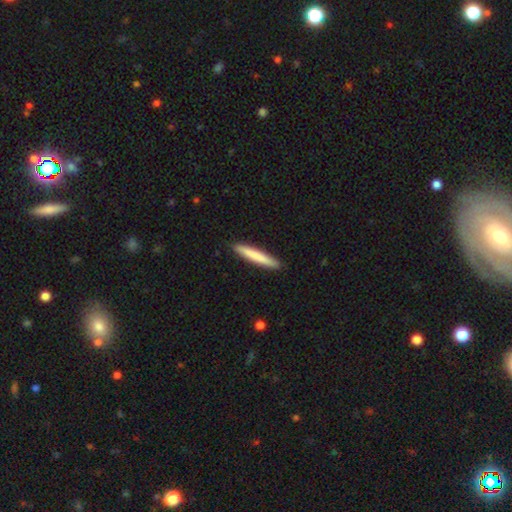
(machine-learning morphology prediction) Overall: smooth (75%). How rounded: cigar-shaped (95%). Merging: none (91%).